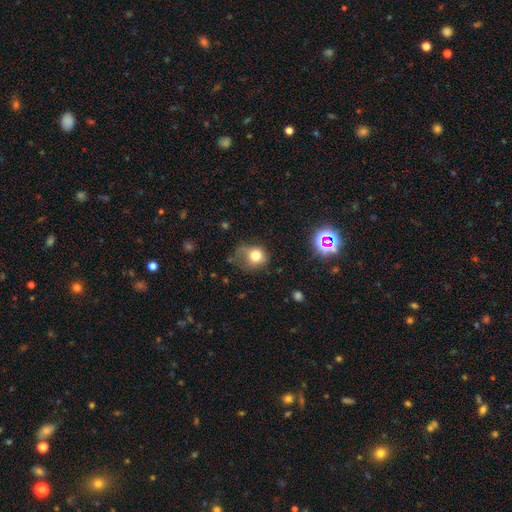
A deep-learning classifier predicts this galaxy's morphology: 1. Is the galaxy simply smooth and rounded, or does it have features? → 76% smooth, 13% star or artifact, 11% featured or disk.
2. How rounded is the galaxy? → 70% round, 29% in between, 1% cigar-shaped.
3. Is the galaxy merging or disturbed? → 44% none, 32% minor disturbance, 21% major disturbance, 3% merger.